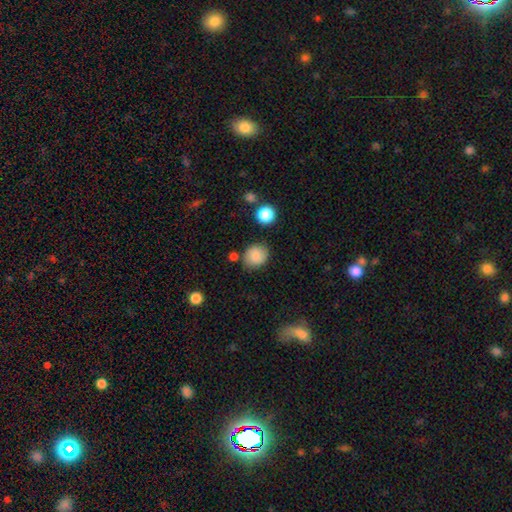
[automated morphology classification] smooth_or_featured: smooth (p=0.83) [alt: star or artifact p=0.09]
how_rounded: round (p=0.69) [alt: in between p=0.30]
merging: none (p=0.77) [alt: minor disturbance p=0.15]